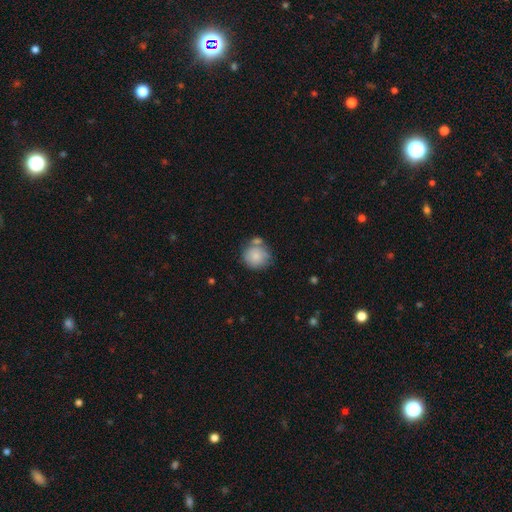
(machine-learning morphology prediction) A smooth galaxy with no disk features (77%) that is round (87%). Merging: none (52%).